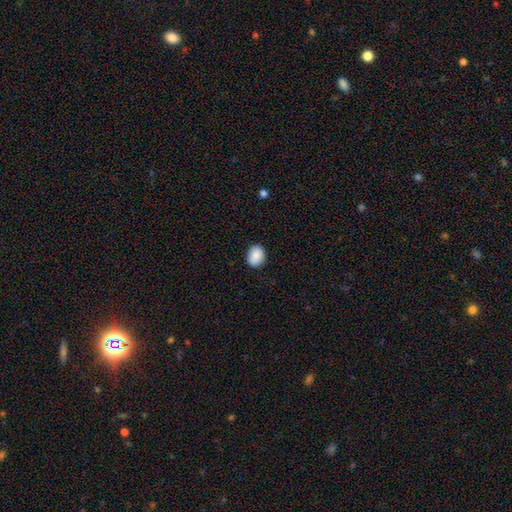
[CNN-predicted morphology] smooth-or-featured: smooth: 88% | star or artifact: 8% | featured or disk: 5%
  how-rounded: in between: 54% | round: 45% | cigar-shaped: 1%
  merging: none: 88% | minor disturbance: 9% | major disturbance: 2% | merger: 1%